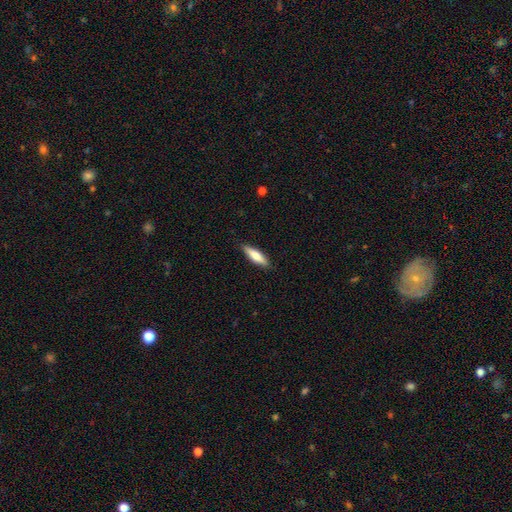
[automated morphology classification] This is likely a smooth galaxy (67%). How rounded: likely cigar-shaped (65%). Merging: clearly none (88%).